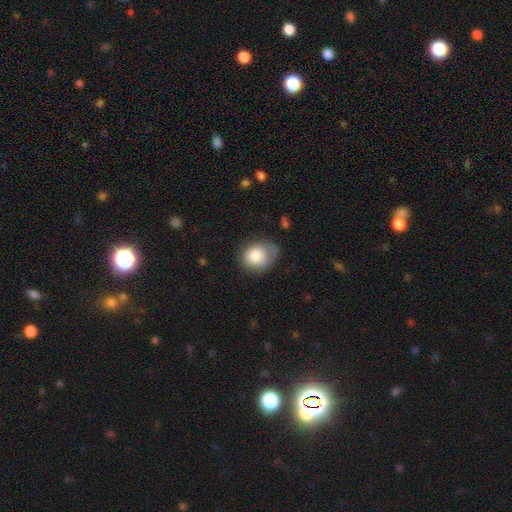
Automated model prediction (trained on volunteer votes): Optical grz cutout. It shows a smooth galaxy with no disk features (81%) that is round (60%). Merging: none (56%).